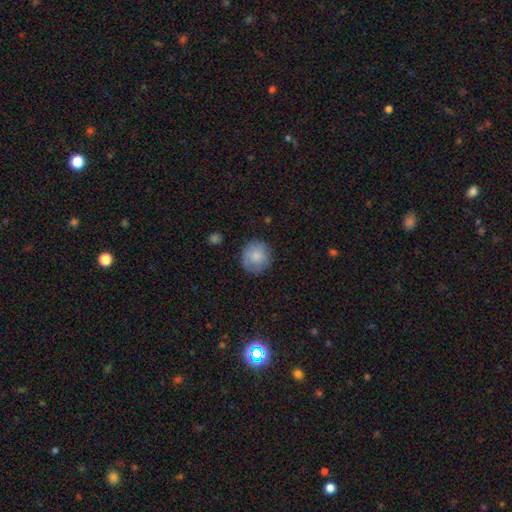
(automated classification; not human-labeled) Morphology: type=smooth (81%); roundness=round (92%); merging=none (81%).